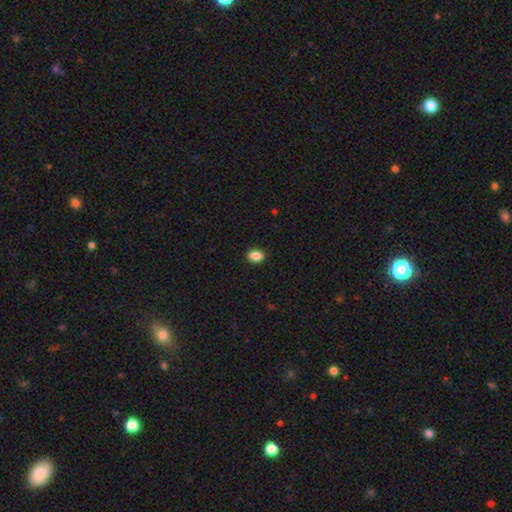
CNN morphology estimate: A smooth galaxy with no disk features (88%) that is in between round and cigar-shaped (69%).

Vote fractions:
- Smooth or featured? smooth: 88% / star or artifact: 9% / featured or disk: 4%
- How rounded? in between: 69% / round: 30% / cigar-shaped: 1%
- Merging? none: 89% / minor disturbance: 8% / major disturbance: 2% / merger: 1%